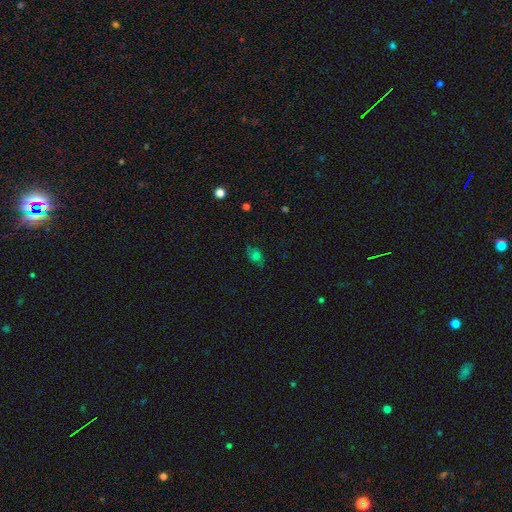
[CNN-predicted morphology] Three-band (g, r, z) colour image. It shows a smooth galaxy with no disk features (59%) that is in between round and cigar-shaped (68%). Merging: none (68%).